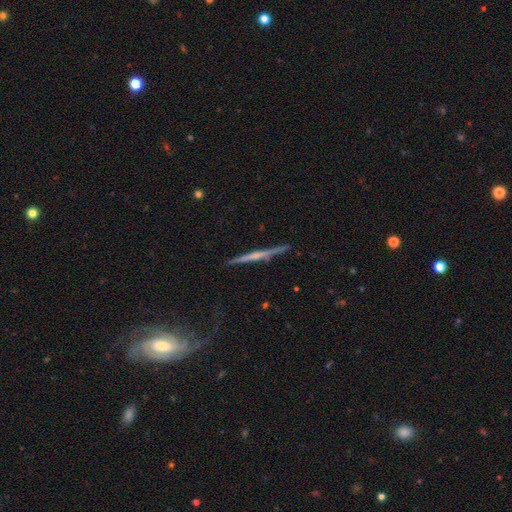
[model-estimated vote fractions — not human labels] Q: Smooth or featured?
A: featured or disk (71%); runner-up: smooth (23%)
Q: Edge-on disk?
A: yes (98%); runner-up: no (2%)
Q: Edge-on bulge?
A: none (53%); runner-up: rounded (36%)
Q: Merging?
A: none (86%); runner-up: minor disturbance (10%)